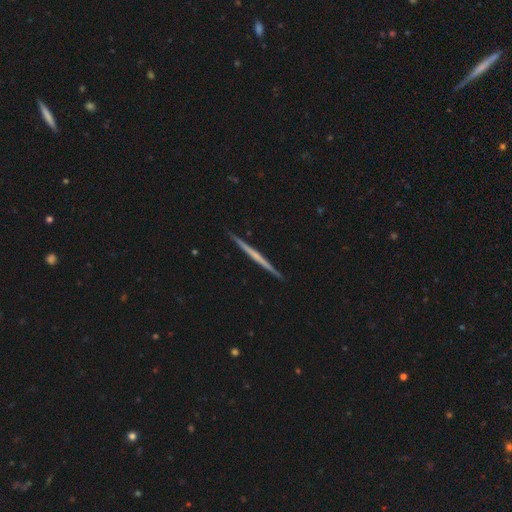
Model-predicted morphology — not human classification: Smooth or featured? Predicted: featured or disk (p=0.65). Edge-on disk? Predicted: yes (p=0.98). Edge-on bulge? Predicted: none (p=0.83). Merging? Predicted: none (p=0.92).